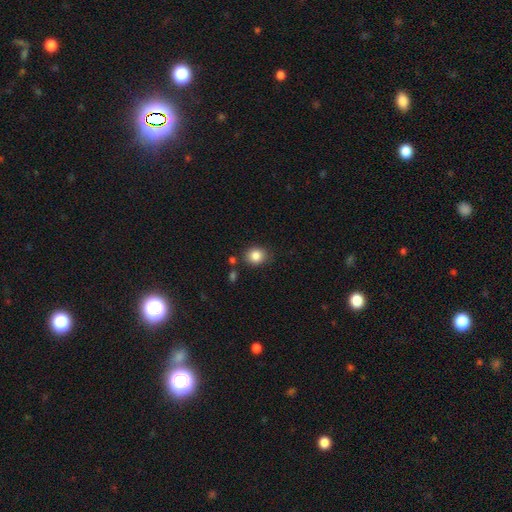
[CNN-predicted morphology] Smooth or featured: smooth — 86% (star or artifact — 9%)
How rounded: round — 70% (in between — 29%)
Merging: none — 80% (minor disturbance — 12%)